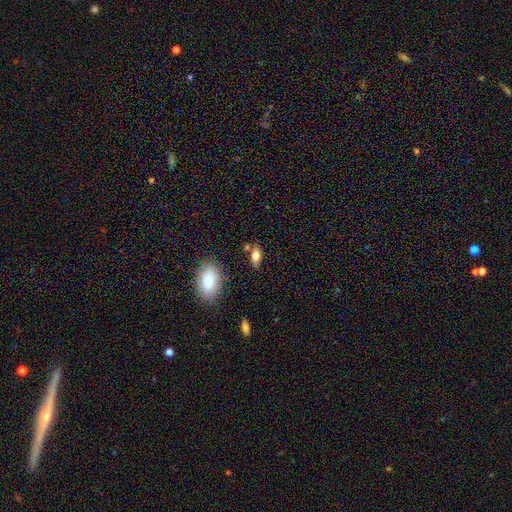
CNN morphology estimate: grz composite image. It shows a smooth galaxy with no disk features (80%) that is in between round and cigar-shaped (87%). Merging: none (71%).